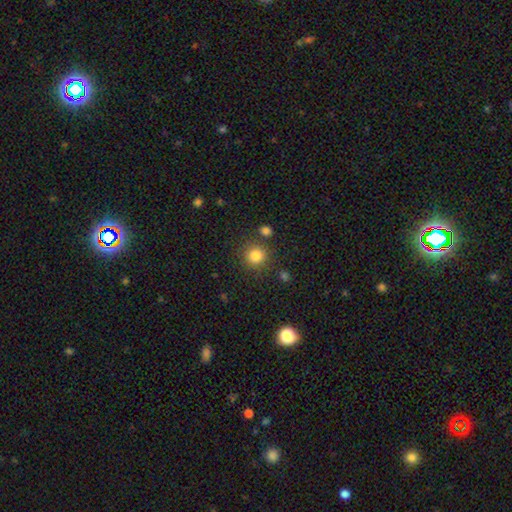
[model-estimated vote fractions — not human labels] smooth-or-featured: smooth: 83% | star or artifact: 12% | featured or disk: 5%
  how-rounded: round: 93% | in between: 7% | cigar-shaped: 1%
  merging: none: 83% | minor disturbance: 8% | merger: 6% | major disturbance: 3%